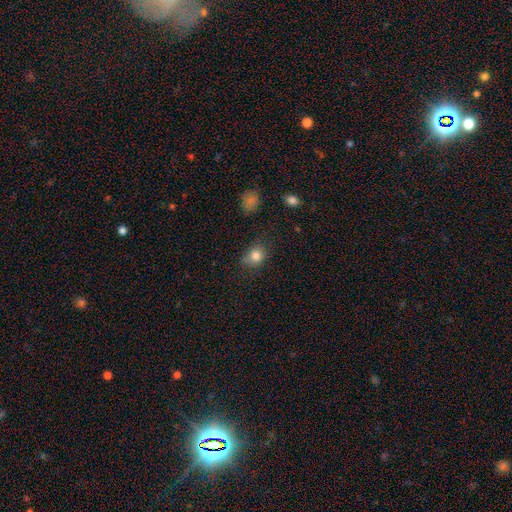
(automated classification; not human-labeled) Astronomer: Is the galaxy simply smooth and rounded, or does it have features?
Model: smooth — 83%.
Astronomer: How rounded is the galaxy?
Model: round — 59% (runner-up: in between, 40%).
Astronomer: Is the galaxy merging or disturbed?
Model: none — 70%.